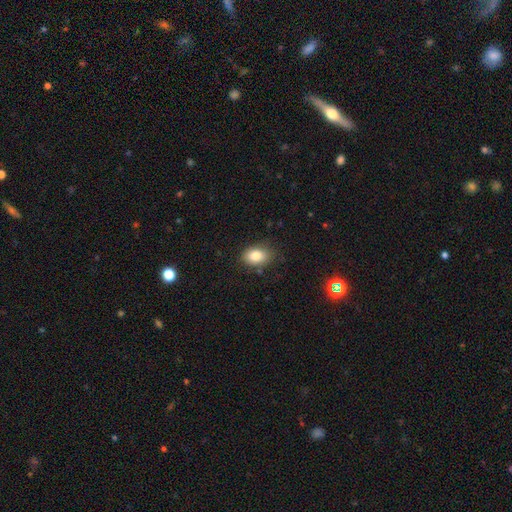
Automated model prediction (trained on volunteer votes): Smooth or featured?
  - smooth: 83% *
  - star or artifact: 9%
  - featured or disk: 8%
How rounded?
  - in between: 80% *
  - round: 19%
  - cigar-shaped: 1%
Merging?
  - none: 78% *
  - minor disturbance: 16%
  - major disturbance: 4%
  - merger: 2%